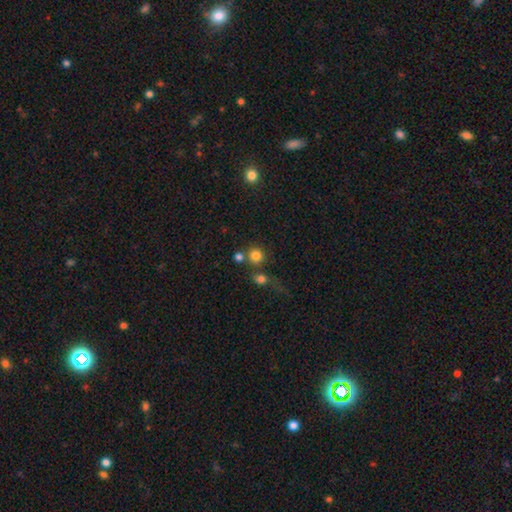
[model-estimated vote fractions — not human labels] smooth 80%, star or artifact 13%, featured or disk 7%. Down the decision tree: how rounded — round (92%); merging — none (64%).